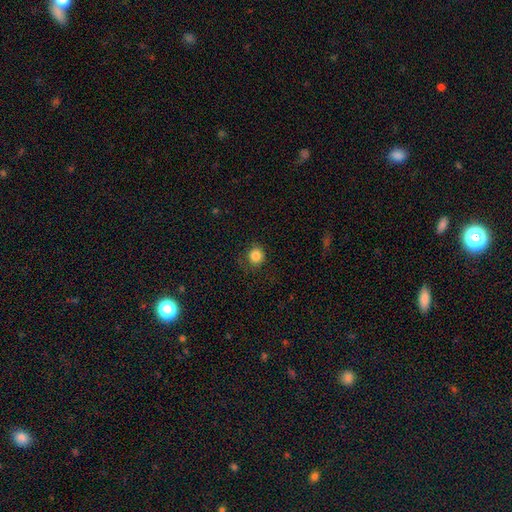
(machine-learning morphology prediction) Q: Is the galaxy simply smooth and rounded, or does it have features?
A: smooth — 85%.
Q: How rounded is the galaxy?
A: round — 87%.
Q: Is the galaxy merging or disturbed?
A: none — 81%.